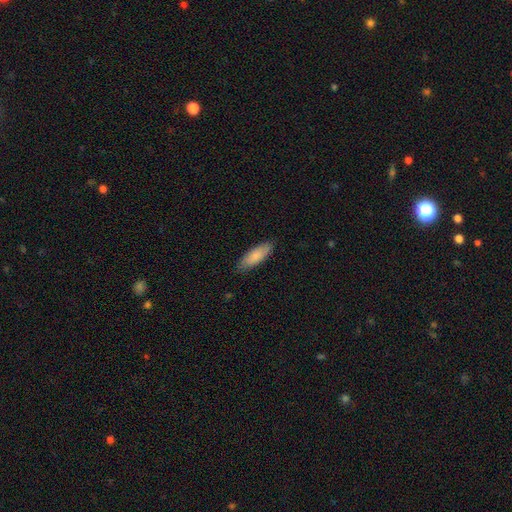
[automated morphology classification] A smooth galaxy with no disk features (84%) that is in between round and cigar-shaped (64%). Merging: none (84%).